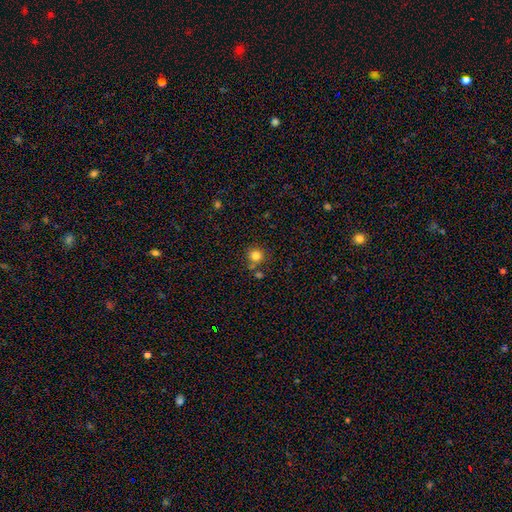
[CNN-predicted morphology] A smooth galaxy with no disk features (81%) that is round (91%).

Vote fractions:
- Smooth or featured? smooth: 81% / star or artifact: 13% / featured or disk: 6%
- How rounded? round: 91% / in between: 8% / cigar-shaped: 1%
- Merging? none: 74% / merger: 11% / minor disturbance: 11% / major disturbance: 4%